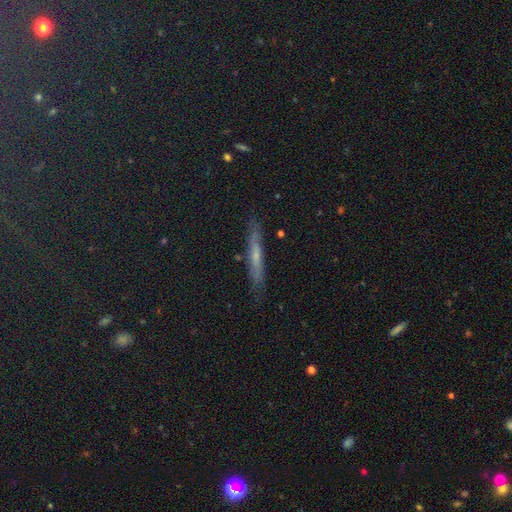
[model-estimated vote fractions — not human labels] This appears to be a featured or disk galaxy (44%). Merging: none (85%).